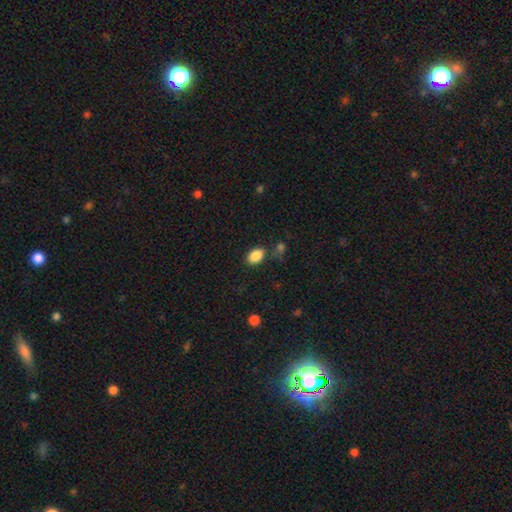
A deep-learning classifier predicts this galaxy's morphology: Smooth or featured: smooth — 87% (star or artifact — 8%)
How rounded: in between — 87% (round — 12%)
Merging: none — 77% (minor disturbance — 13%)